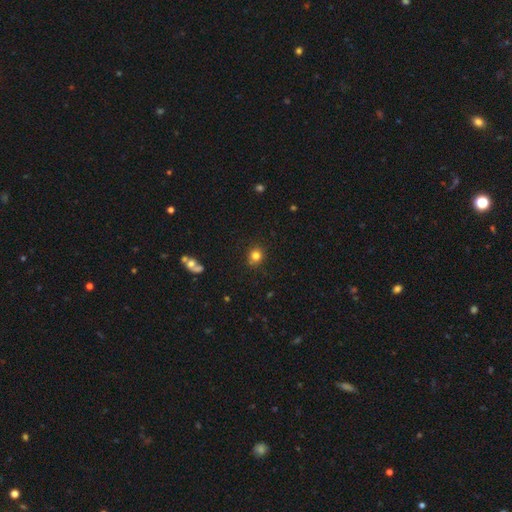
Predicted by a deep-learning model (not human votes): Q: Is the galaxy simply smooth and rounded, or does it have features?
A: smooth — 81%.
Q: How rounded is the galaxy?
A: round — 85%.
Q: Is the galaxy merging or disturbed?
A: none — 83%.